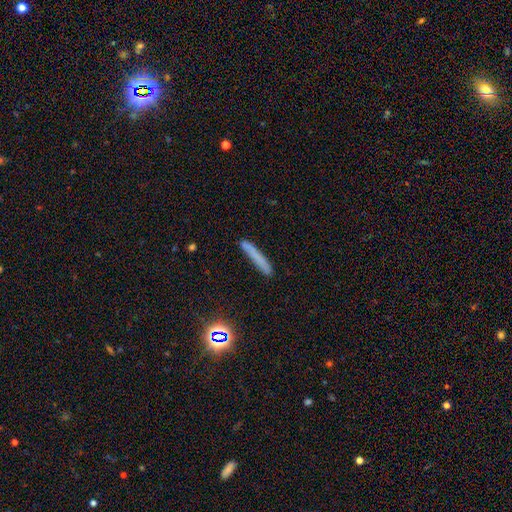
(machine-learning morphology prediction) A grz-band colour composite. It shows a smooth galaxy with no disk features (69%) that is cigar-shaped (95%). Merging: none (83%).